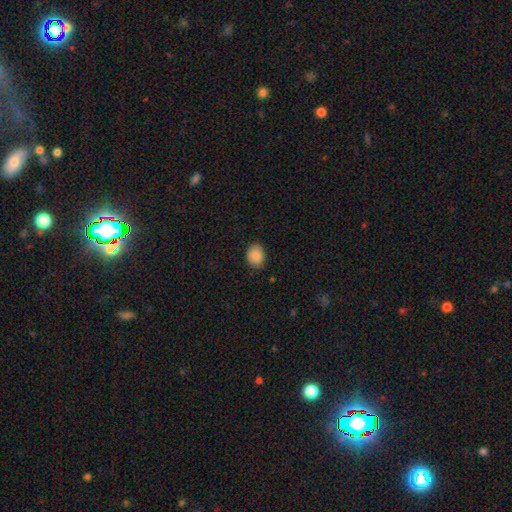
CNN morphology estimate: smooth_or_featured: smooth (p=0.88) [alt: star or artifact p=0.08]
how_rounded: round (p=0.52) [alt: in between p=0.47]
merging: none (p=0.83) [alt: minor disturbance p=0.13]